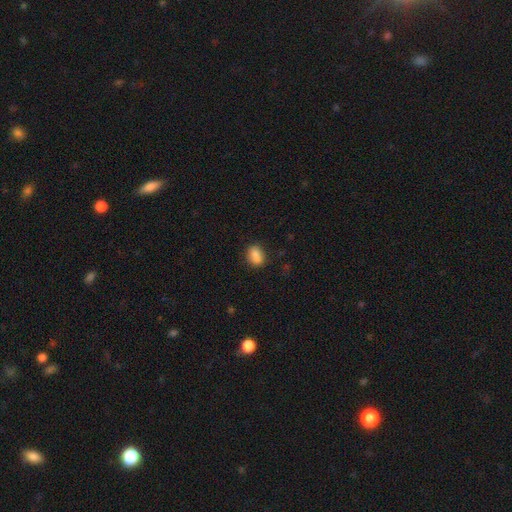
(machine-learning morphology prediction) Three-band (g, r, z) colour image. It shows a smooth galaxy with no disk features (84%) that is in between round and cigar-shaped (66%). Merging: none (72%).